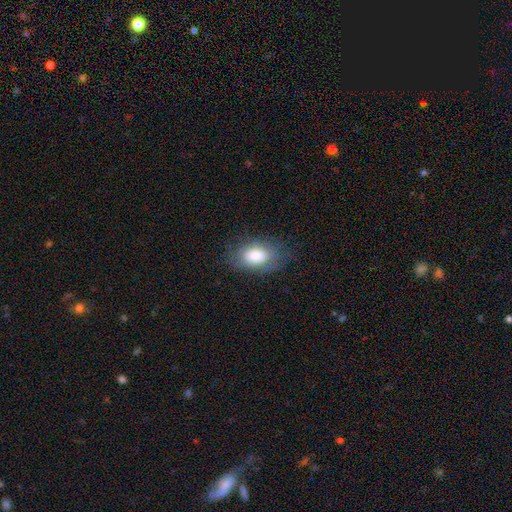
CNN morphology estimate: smooth-or-featured: smooth: 78% | featured or disk: 14% | star or artifact: 8%
  how-rounded: in between: 89% | round: 9% | cigar-shaped: 2%
  merging: none: 73% | minor disturbance: 18% | major disturbance: 8% | merger: 1%